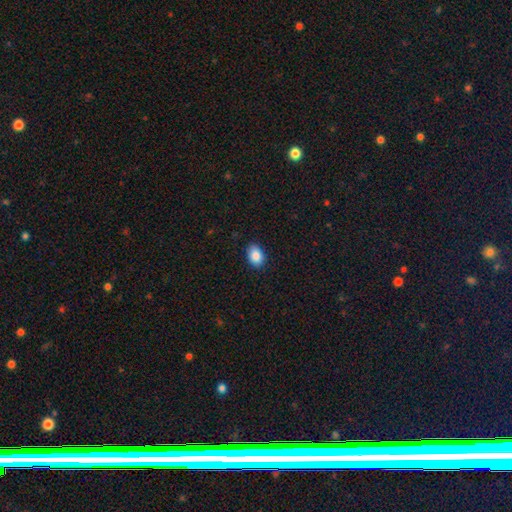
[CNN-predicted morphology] A smooth galaxy with no disk features (88%) that is in between round and cigar-shaped (83%).

Vote fractions:
- Smooth or featured? smooth: 88% / star or artifact: 8% / featured or disk: 5%
- How rounded? in between: 83% / round: 16% / cigar-shaped: 1%
- Merging? none: 87% / minor disturbance: 10% / major disturbance: 2% / merger: 1%